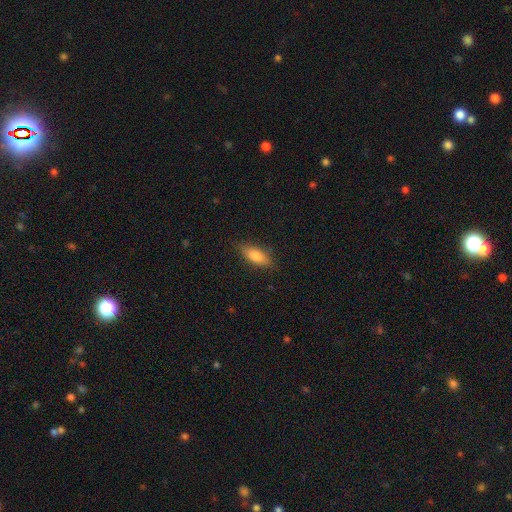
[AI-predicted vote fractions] Smooth or featured: smooth — 79% (featured or disk — 14%)
How rounded: in between — 76% (cigar-shaped — 21%)
Merging: none — 82% (minor disturbance — 14%)